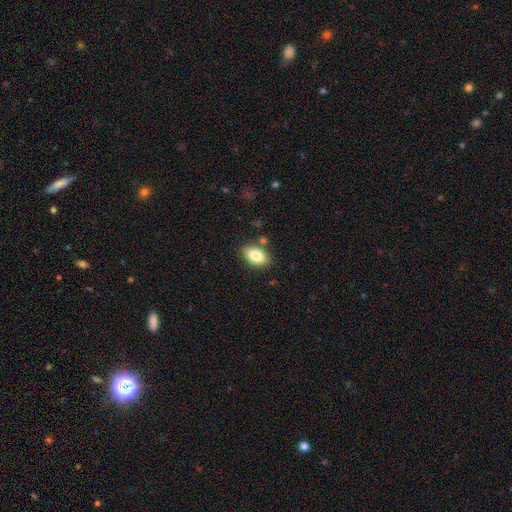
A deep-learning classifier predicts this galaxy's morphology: Smooth or featured?
  - smooth: 82% *
  - featured or disk: 10%
  - star or artifact: 8%
How rounded?
  - in between: 89% *
  - round: 9%
  - cigar-shaped: 2%
Merging?
  - none: 82% *
  - minor disturbance: 11%
  - merger: 5%
  - major disturbance: 3%